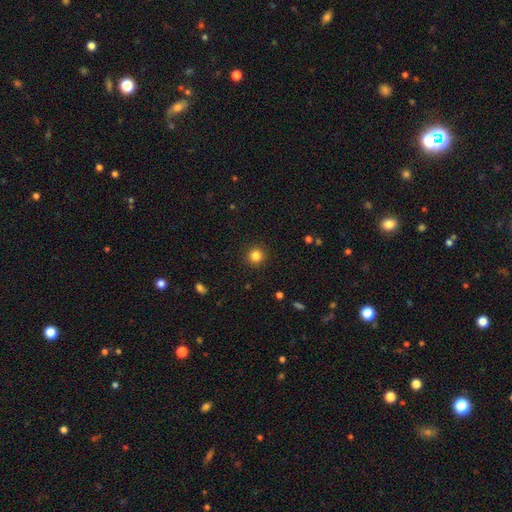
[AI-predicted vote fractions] smooth-or-featured: smooth: 84% | star or artifact: 12% | featured or disk: 4%
  how-rounded: round: 94% | in between: 5% | cigar-shaped: 1%
  merging: none: 92% | minor disturbance: 5% | major disturbance: 2% | merger: 1%